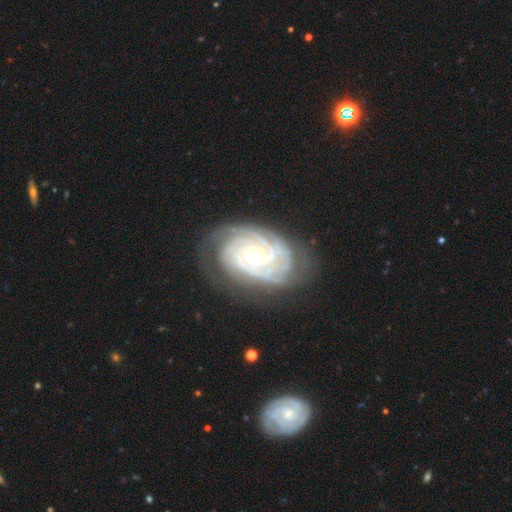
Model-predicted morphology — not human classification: A featured or disk galaxy (90%) with no bar (62%), tight (82%) spiral arms (98%) and a moderate central bulge (62%).

Vote fractions:
- Smooth or featured? featured or disk: 90% / smooth: 5% / star or artifact: 5%
- Edge-on disk? no: 96% / yes: 4%
- Bar? no: 62% / weak: 27% / strong: 11%
- Spiral arms? yes: 98% / no: 2%
- Spiral winding? tight: 82% / medium: 16% / loose: 3%
- Spiral arm count? can't tell: 25% / 4: 23% / 3: 22% / 2: 13% / more than 4: 11% / 1: 6%
- Bulge size? moderate: 62% / small: 33% / large: 3% / none: 1% / dominant: 1%
- Merging? none: 75% / minor disturbance: 18% / major disturbance: 6% / merger: 1%